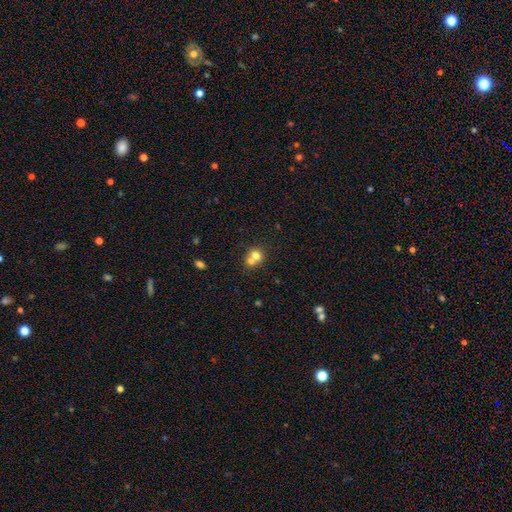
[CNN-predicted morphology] Smooth or featured?
  - smooth: 71% *
  - featured or disk: 16%
  - star or artifact: 12%
How rounded?
  - round: 76% *
  - in between: 23%
  - cigar-shaped: 1%
Merging?
  - merger: 58% *
  - none: 33%
  - minor disturbance: 6%
  - major disturbance: 3%